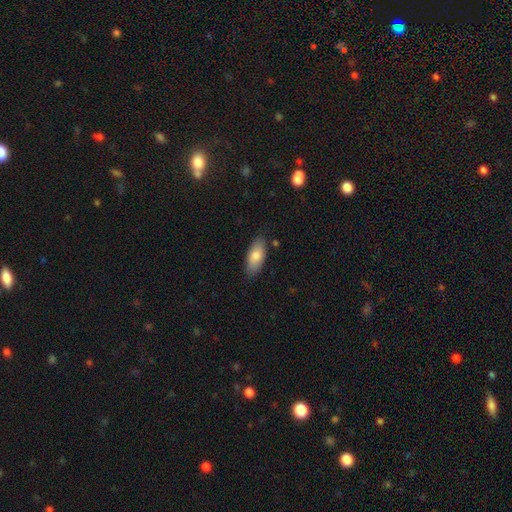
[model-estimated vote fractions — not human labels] Overall: smooth (79%). How rounded: in between (87%). Merging: none (81%).